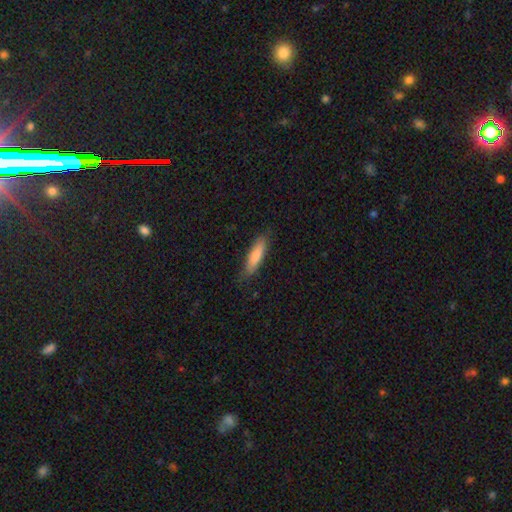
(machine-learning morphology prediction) A smooth galaxy with no disk features (83%) that is cigar-shaped (65%).

Vote fractions:
- Smooth or featured? smooth: 83% / featured or disk: 12% / star or artifact: 5%
- How rounded? cigar-shaped: 65% / in between: 34% / round: 1%
- Merging? none: 82% / minor disturbance: 14% / major disturbance: 3% / merger: 1%